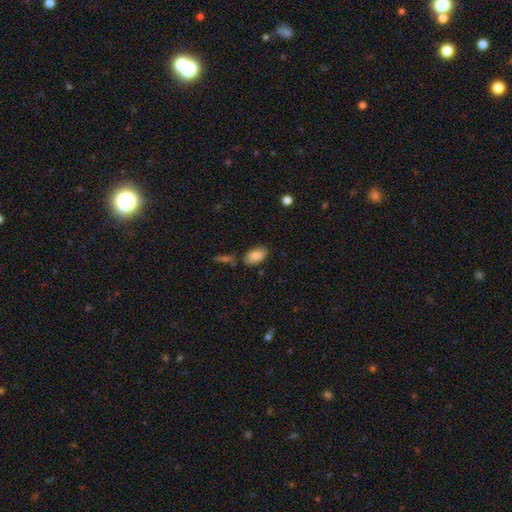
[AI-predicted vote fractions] Morphology: type=smooth (86%); roundness=in between (94%); merging=none (77%).